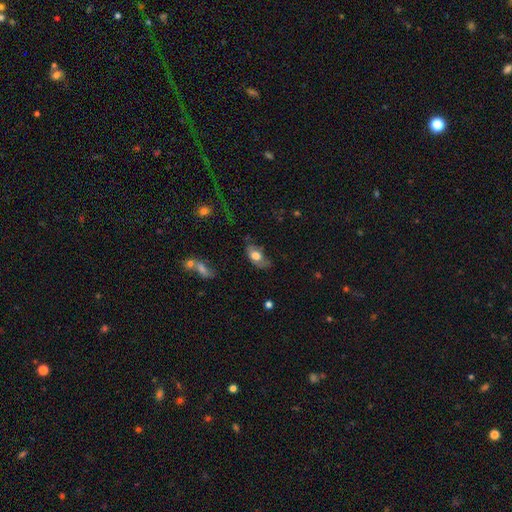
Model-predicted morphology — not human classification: The model was most divided on "merging": none: 49%, minor disturbance: 33%, major disturbance: 14%, merger: 3%. More confident: how rounded — in between (88%); smooth or featured — smooth (67%).